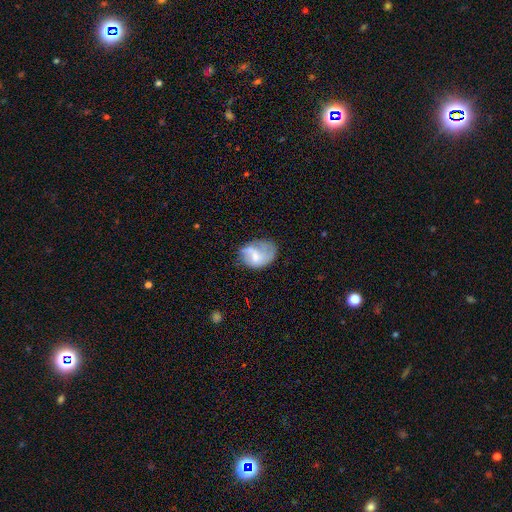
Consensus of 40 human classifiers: Q: Smooth or featured?
A: featured or disk (60%); runner-up: smooth (35%)
Q: Edge-on disk?
A: no (96%); runner-up: yes (4%)
Q: Bar?
A: weak (57%); runner-up: no (39%)
Q: Spiral arms?
A: yes (70%); runner-up: no (30%)
Q: Spiral winding?
A: loose (38%); runner-up: tight (31%)
Q: Spiral arm count?
A: 3 (31%); tied with: can't tell (31%)
Q: Bulge size?
A: small (48%); runner-up: moderate (30%)
Q: Merging?
A: none (37%); runner-up: minor disturbance (32%)